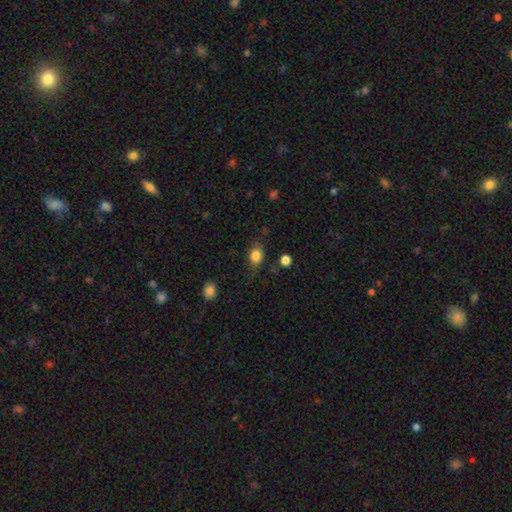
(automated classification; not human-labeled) The model was most divided on "how rounded": in between: 65%, round: 33%, cigar-shaped: 3%. More confident: smooth or featured — smooth (82%); merging — none (67%).